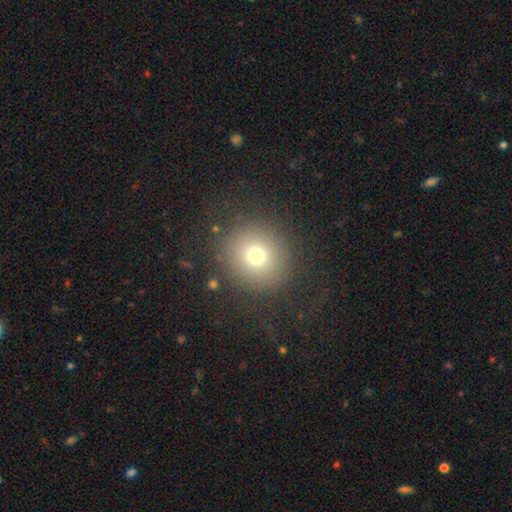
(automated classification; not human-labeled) This is likely a smooth galaxy (72%). How rounded: clearly round (90%). Merging: clearly none (84%).